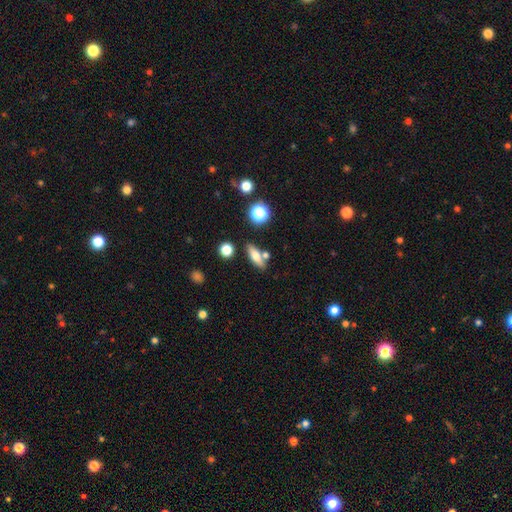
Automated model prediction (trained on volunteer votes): This is likely a smooth galaxy (66%). How rounded: possibly in between (48%). Merging: likely none (72%).